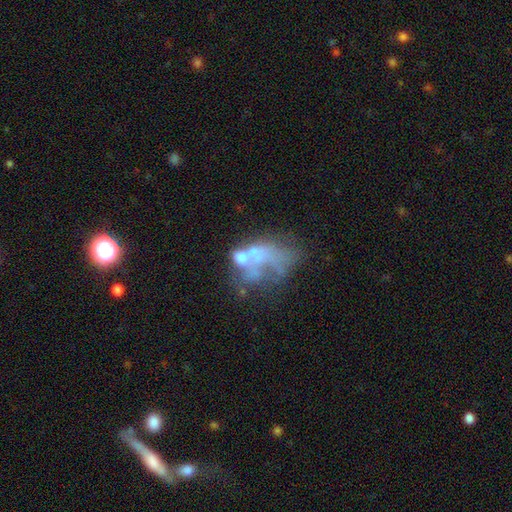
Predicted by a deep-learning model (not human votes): Morphology: type=featured or disk (57%); edge-on=no (98%); bar=no (92%); spiral arms=no (94%); bulge=none (69%); merging=major disturbance (33%).